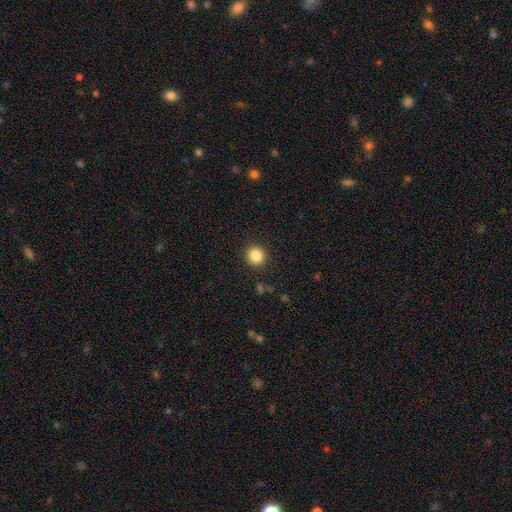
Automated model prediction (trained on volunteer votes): smooth_or_featured: smooth (p=0.85) [alt: star or artifact p=0.11]
how_rounded: round (p=0.92) [alt: in between p=0.07]
merging: none (p=0.91) [alt: minor disturbance p=0.06]